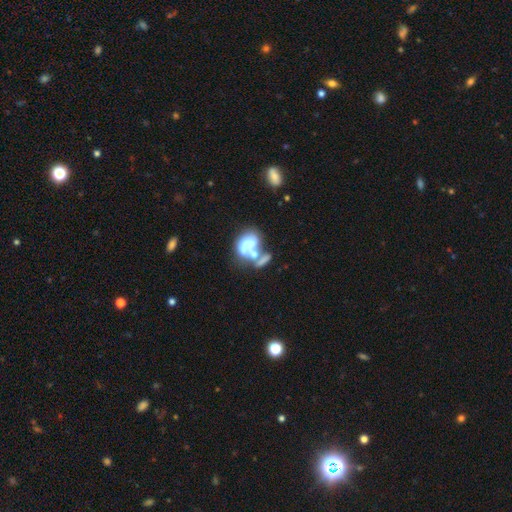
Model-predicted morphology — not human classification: Smooth or featured?
  - featured or disk: 54% *
  - smooth: 35%
  - star or artifact: 11%
Edge-on disk?
  - no: 97% *
  - yes: 3%
Bar?
  - no: 85% *
  - weak: 10%
  - strong: 5%
Spiral arms?
  - no: 76% *
  - yes: 24%
Bulge size?
  - none: 52% *
  - moderate: 16%
  - small: 14%
  - large: 12%
  - dominant: 6%
Merging?
  - merger: 56% *
  - major disturbance: 21%
  - none: 14%
  - minor disturbance: 9%